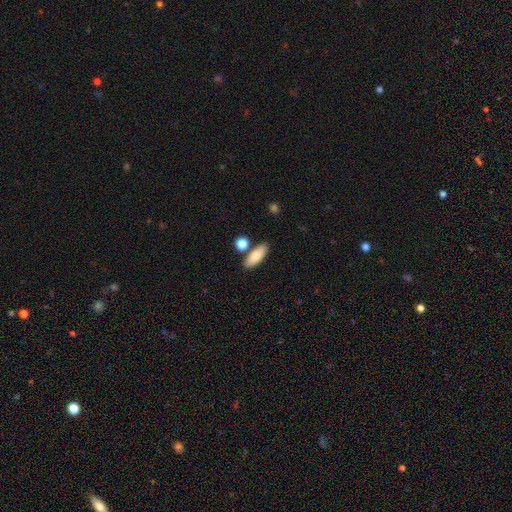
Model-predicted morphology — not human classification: smooth-or-featured: smooth: 83% | featured or disk: 11% | star or artifact: 6%
  how-rounded: in between: 74% | cigar-shaped: 22% | round: 4%
  merging: none: 77% | merger: 11% | minor disturbance: 10% | major disturbance: 3%